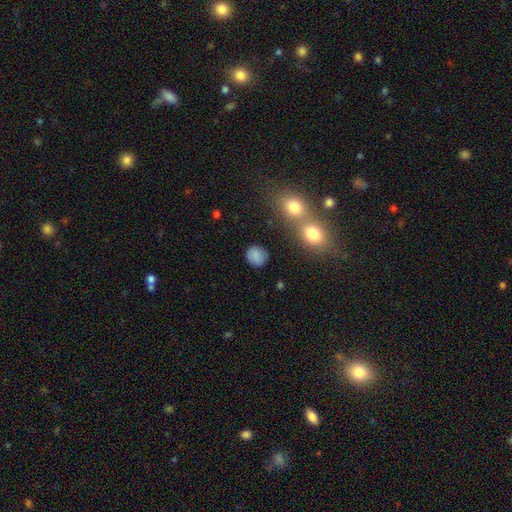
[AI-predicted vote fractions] A smooth galaxy with no disk features (84%) that is round (78%). Merging: none (83%).